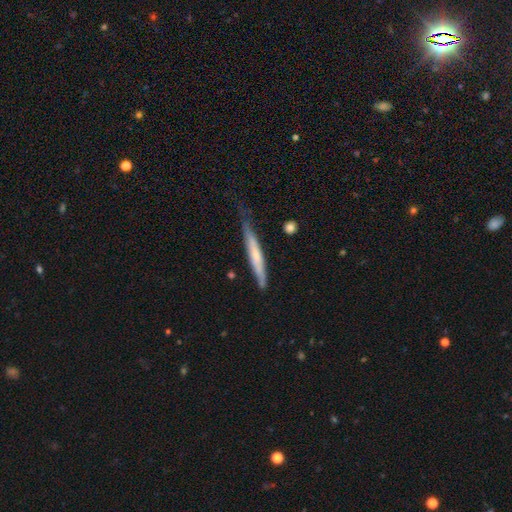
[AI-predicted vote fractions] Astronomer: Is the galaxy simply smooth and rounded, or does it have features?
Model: smooth — 50% (runner-up: featured or disk, 45%).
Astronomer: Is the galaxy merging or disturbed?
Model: none — 63%.